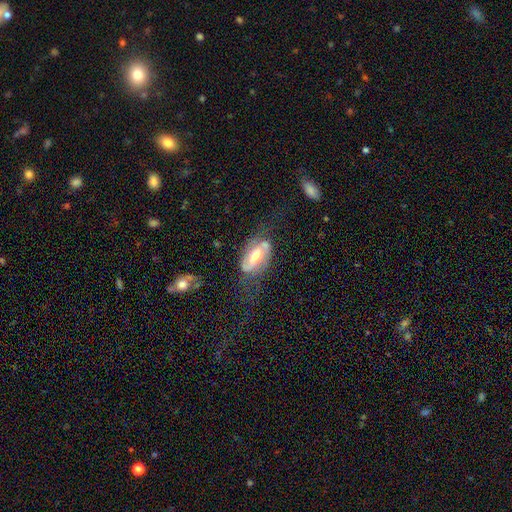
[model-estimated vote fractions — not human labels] This is likely a featured or disk galaxy (72%). It is clearly not viewed edge-on (92%). Bar: marginally strong (39%). Spiral arm pattern: clearly yes (84%). Spiral arm count: clearly 2 (84%). Spiral winding: marginally medium (41%). Central bulge: likely moderate (67%). Merging: possibly none (51%).